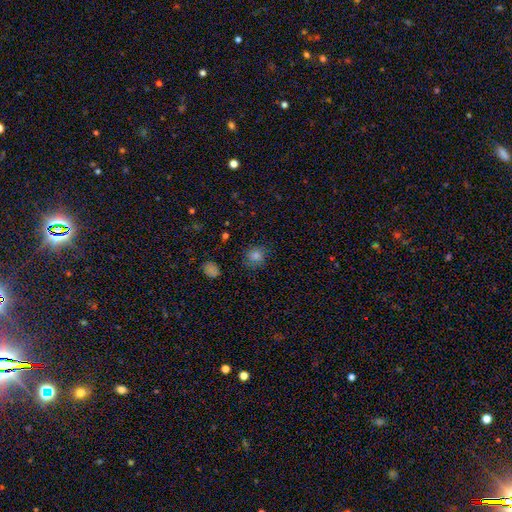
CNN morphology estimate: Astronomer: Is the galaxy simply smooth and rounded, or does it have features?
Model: smooth — 71%.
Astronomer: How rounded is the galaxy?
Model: round — 80%.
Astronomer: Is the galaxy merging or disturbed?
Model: none — 80%.